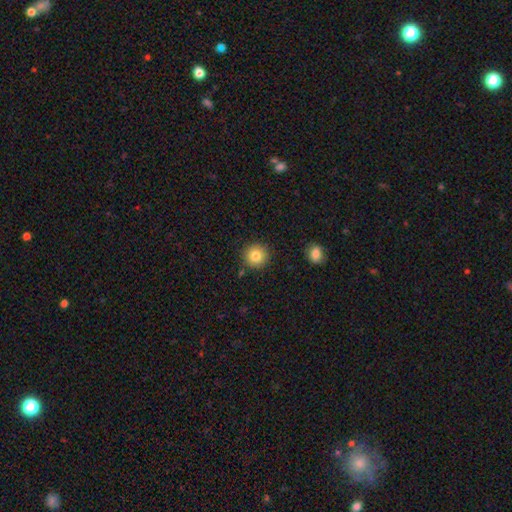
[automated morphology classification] Smooth or featured?
  - smooth: 83% *
  - star or artifact: 10%
  - featured or disk: 7%
How rounded?
  - round: 94% *
  - in between: 6%
  - cigar-shaped: 1%
Merging?
  - none: 88% *
  - minor disturbance: 7%
  - merger: 3%
  - major disturbance: 2%